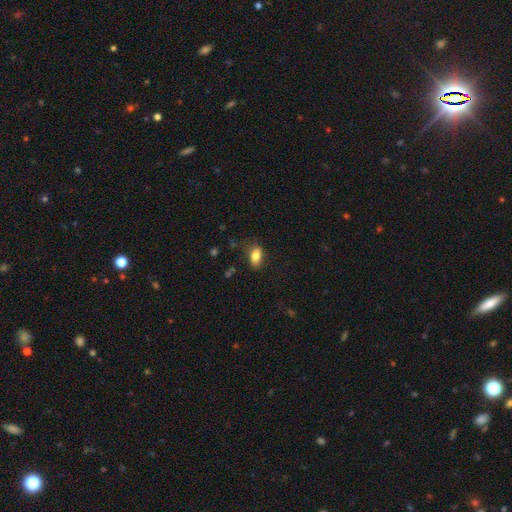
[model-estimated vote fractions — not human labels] smooth 82%, featured or disk 9%, star or artifact 8%. Down the decision tree: how rounded — in between (87%); merging — none (78%).